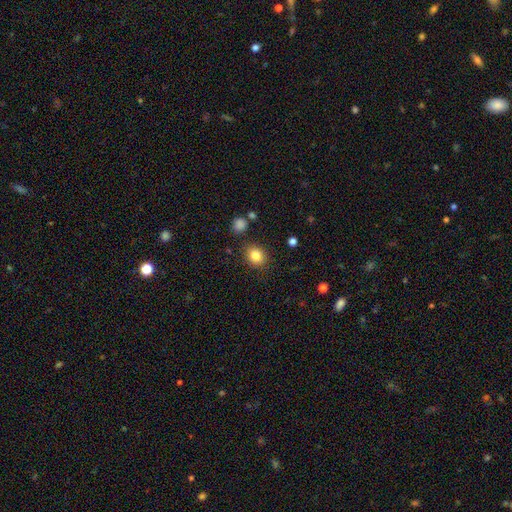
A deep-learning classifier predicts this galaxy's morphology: A smooth galaxy with no disk features (84%) that is round (66%).

Vote fractions:
- Smooth or featured? smooth: 84% / star or artifact: 10% / featured or disk: 6%
- How rounded? round: 66% / in between: 33% / cigar-shaped: 1%
- Merging? none: 85% / minor disturbance: 9% / major disturbance: 3% / merger: 2%